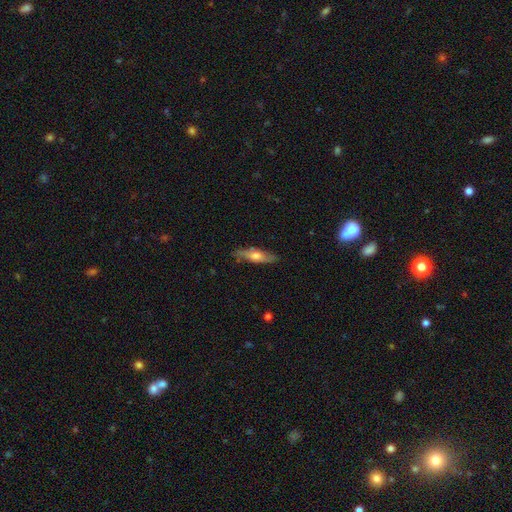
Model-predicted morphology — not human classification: Smooth or featured? Predicted: featured or disk (p=0.48). Merging? Predicted: none (p=0.81).